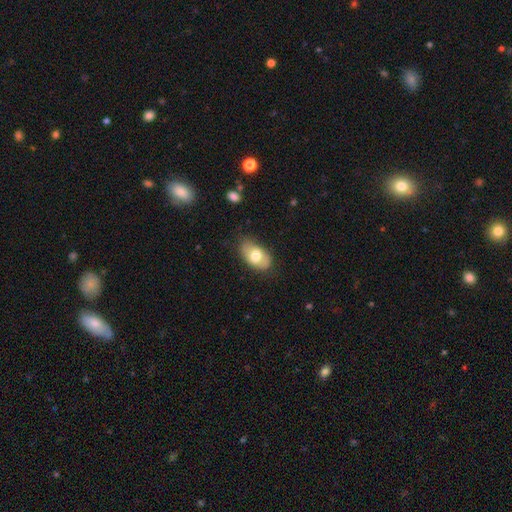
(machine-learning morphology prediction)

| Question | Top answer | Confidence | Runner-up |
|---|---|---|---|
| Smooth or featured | smooth | 69% | featured or disk (24%) |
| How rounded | in between | 92% | round (7%) |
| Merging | none | 61% | minor disturbance (29%) |